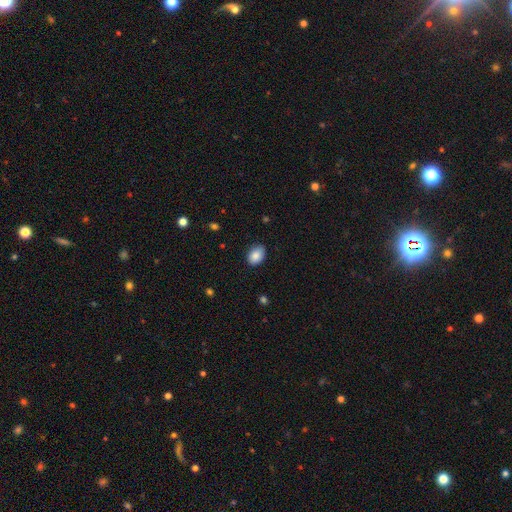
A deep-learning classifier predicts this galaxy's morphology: This is clearly a smooth galaxy (87%). How rounded: clearly in between (84%). Merging: clearly none (84%).